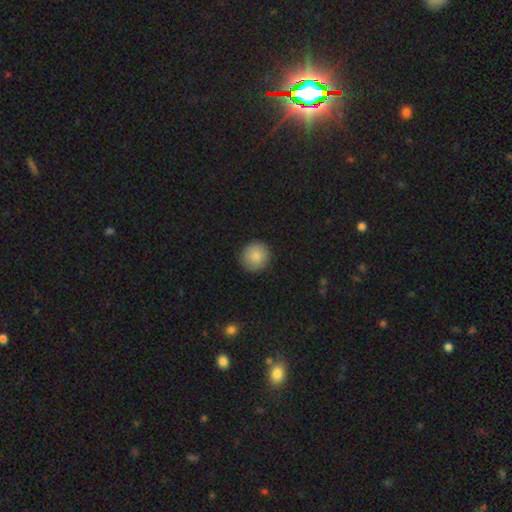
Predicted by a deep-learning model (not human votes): Overall: smooth (86%). How rounded: round (93%). Merging: none (90%).